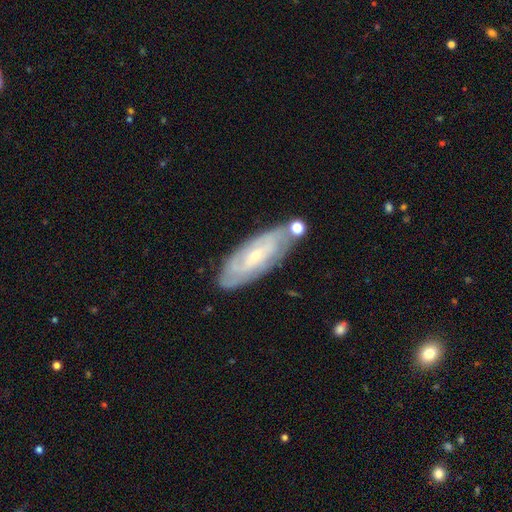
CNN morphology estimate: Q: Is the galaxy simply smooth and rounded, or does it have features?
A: featured or disk — 71%.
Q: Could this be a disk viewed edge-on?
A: no — 85%.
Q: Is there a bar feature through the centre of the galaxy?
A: no — 60%.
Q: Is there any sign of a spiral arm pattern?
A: yes — 82%.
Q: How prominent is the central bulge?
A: small — 71%.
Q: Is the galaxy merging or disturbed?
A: none — 73%.